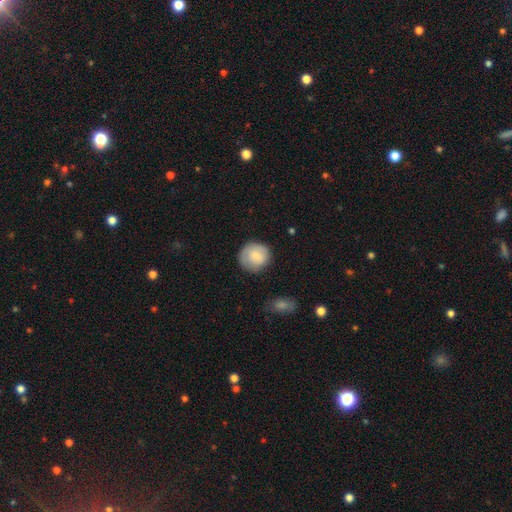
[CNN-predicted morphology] Smooth or featured? Predicted: smooth (p=0.79). How rounded? Predicted: round (p=0.86). Merging? Predicted: none (p=0.78).